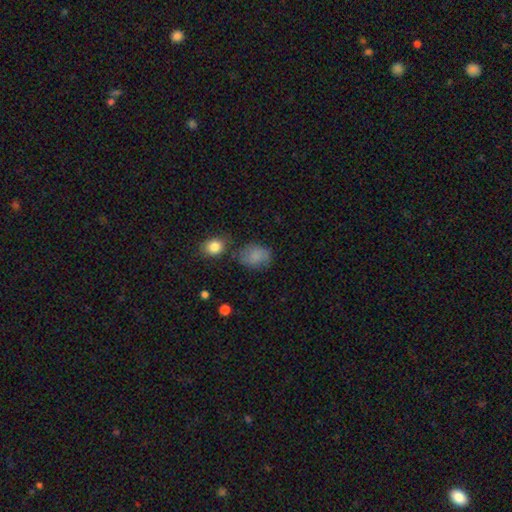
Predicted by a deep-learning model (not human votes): Smooth or featured?
  - smooth: 78% *
  - featured or disk: 11%
  - star or artifact: 10%
How rounded?
  - in between: 67% *
  - round: 32%
  - cigar-shaped: 1%
Merging?
  - none: 67% *
  - minor disturbance: 21%
  - major disturbance: 6%
  - merger: 5%